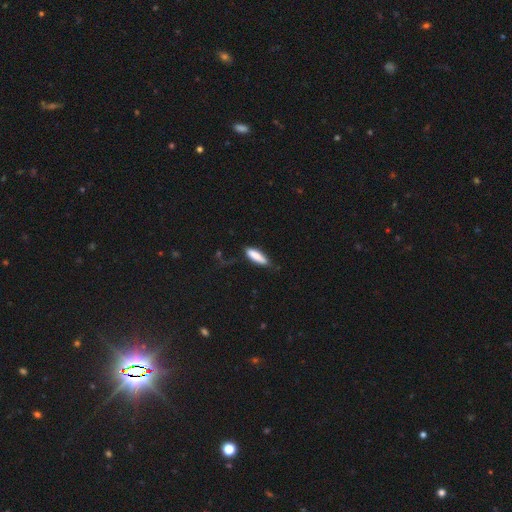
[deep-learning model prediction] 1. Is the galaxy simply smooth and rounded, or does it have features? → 83% smooth, 11% featured or disk, 6% star or artifact.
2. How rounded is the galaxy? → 53% cigar-shaped, 46% in between, 2% round.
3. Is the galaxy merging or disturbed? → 65% none, 24% minor disturbance, 8% major disturbance, 2% merger.